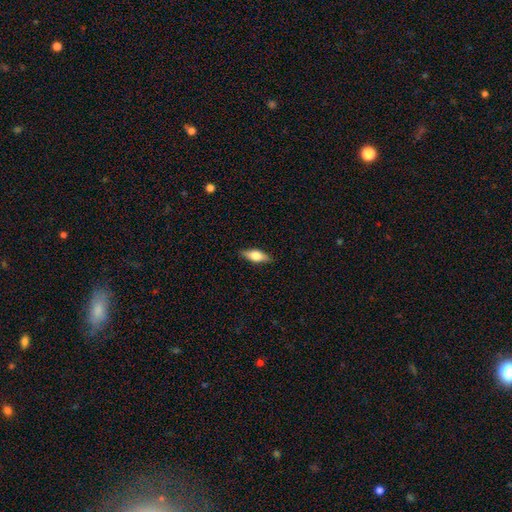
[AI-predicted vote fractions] Smooth or featured? smooth (62%)
How rounded? in between (69%)
Merging? none (87%)